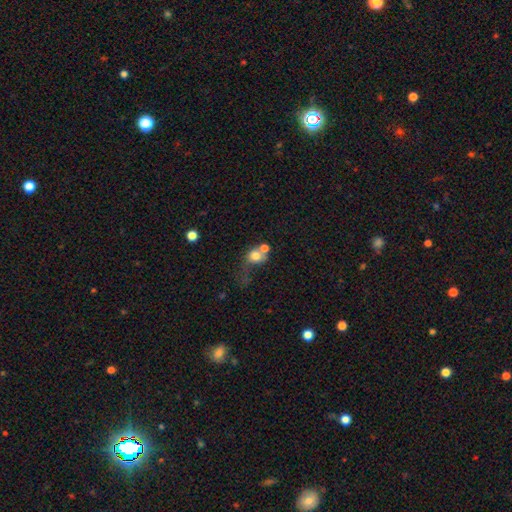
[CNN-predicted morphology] This is likely a smooth galaxy (73%). How rounded: likely round (69%). Merging: possibly merger (47%).